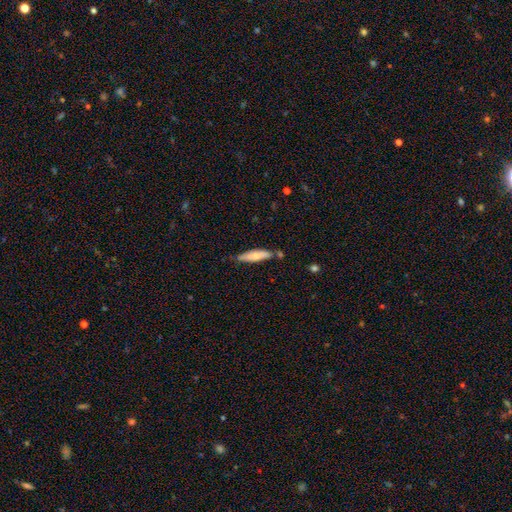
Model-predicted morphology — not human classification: Overall: smooth (67%; featured or disk 27%). How rounded: cigar-shaped (70%). Merging: none (70%).